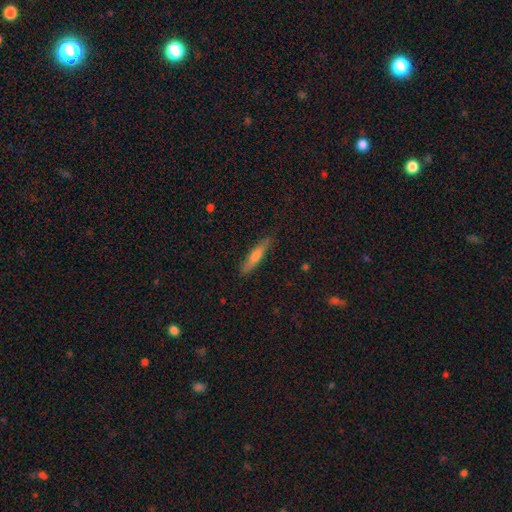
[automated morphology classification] Smooth or featured? smooth (61%)
How rounded? cigar-shaped (89%)
Merging? none (85%)